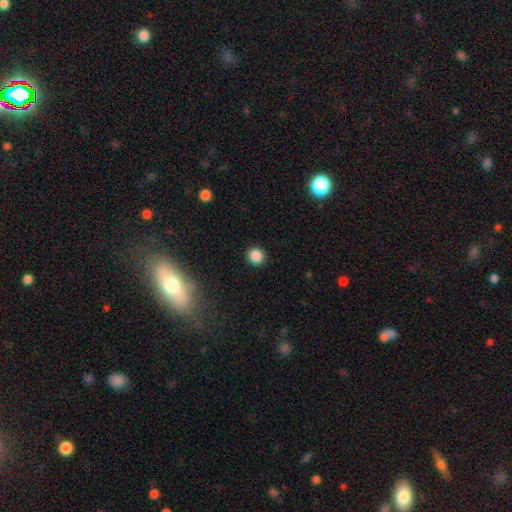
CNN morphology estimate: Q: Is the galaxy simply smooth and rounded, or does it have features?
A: smooth — 85%.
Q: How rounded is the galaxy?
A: round — 92%.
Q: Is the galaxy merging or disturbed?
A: none — 92%.